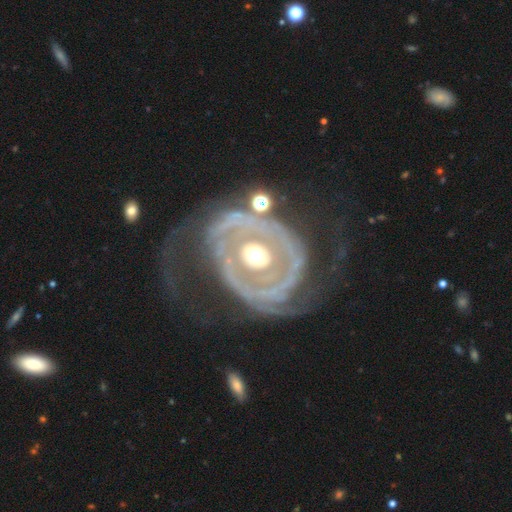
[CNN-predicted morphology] Smooth or featured?
  - featured or disk: 85% *
  - smooth: 10%
  - star or artifact: 6%
Edge-on disk?
  - no: 97% *
  - yes: 3%
Bar?
  - no: 78% *
  - weak: 14%
  - strong: 8%
Spiral arms?
  - yes: 74% *
  - no: 26%
Spiral winding?
  - tight: 56% *
  - medium: 26%
  - loose: 18%
Spiral arm count?
  - 2: 33% *
  - can't tell: 26%
  - 3: 12%
  - 1: 11%
  - 4: 8%
  - more than 4: 8%
Bulge size?
  - moderate: 70% *
  - large: 14%
  - small: 12%
  - dominant: 2%
  - none: 2%
Merging?
  - none: 49% *
  - major disturbance: 26%
  - minor disturbance: 20%
  - merger: 5%